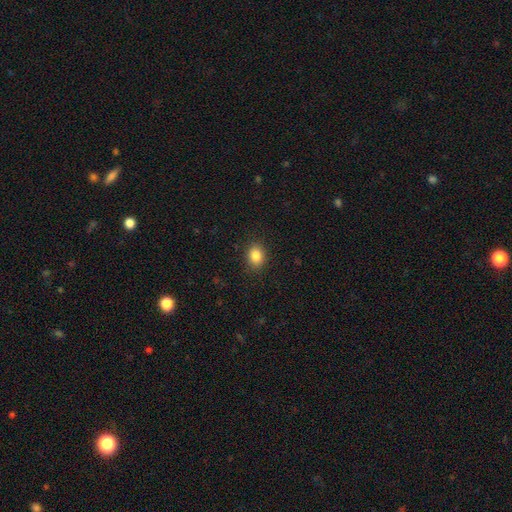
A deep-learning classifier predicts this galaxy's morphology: Smooth or featured: smooth — 86% (star or artifact — 10%)
How rounded: in between — 54% (round — 45%)
Merging: none — 89% (minor disturbance — 8%)